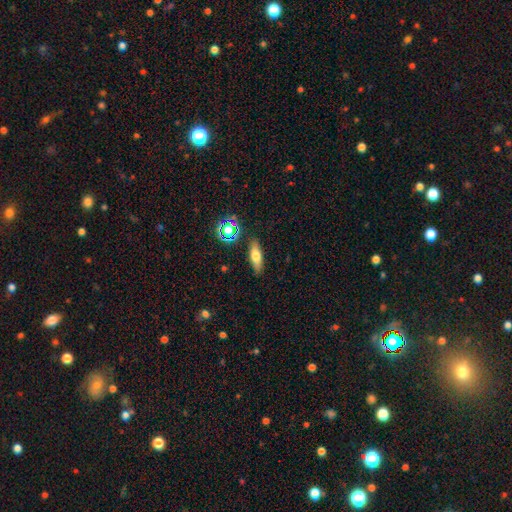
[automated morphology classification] smooth-or-featured: smooth: 66% | featured or disk: 24% | star or artifact: 10%
  how-rounded: in between: 53% | cigar-shaped: 42% | round: 4%
  merging: none: 85% | minor disturbance: 10% | major disturbance: 2% | merger: 2%